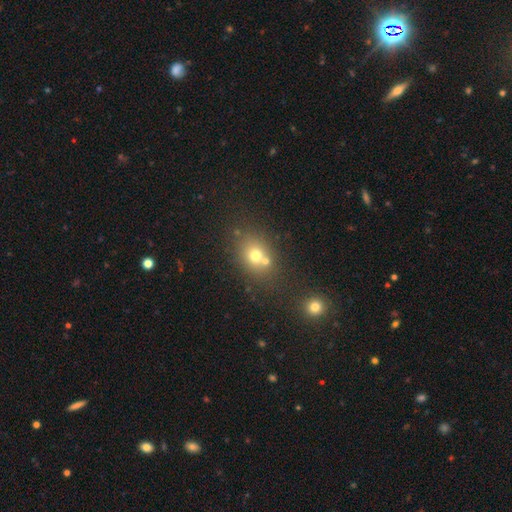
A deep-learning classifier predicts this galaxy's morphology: Smooth or featured?
  - smooth: 69% *
  - featured or disk: 16%
  - star or artifact: 15%
How rounded?
  - round: 55% *
  - in between: 44%
  - cigar-shaped: 1%
Merging?
  - none: 56% *
  - merger: 29%
  - minor disturbance: 11%
  - major disturbance: 4%